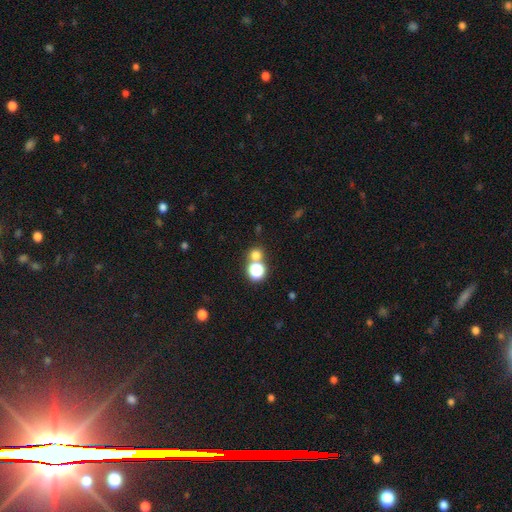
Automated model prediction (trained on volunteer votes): A smooth galaxy with no disk features (68%) that is round (87%).

Vote fractions:
- Smooth or featured? smooth: 68% / star or artifact: 25% / featured or disk: 7%
- How rounded? round: 87% / in between: 12% / cigar-shaped: 1%
- Merging? none: 62% / merger: 28% / minor disturbance: 7% / major disturbance: 3%